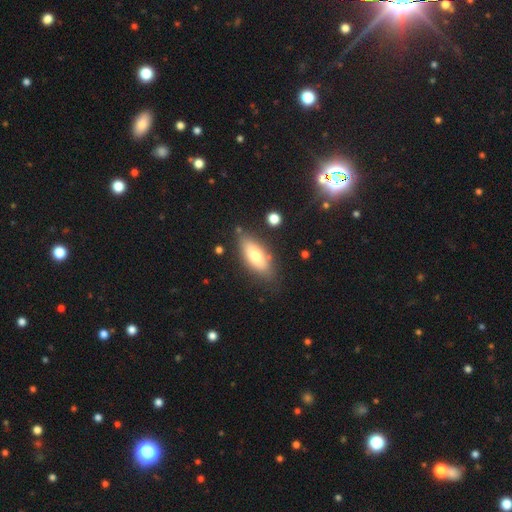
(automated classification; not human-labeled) Q: Smooth or featured?
A: smooth (70%); runner-up: featured or disk (23%)
Q: How rounded?
A: in between (75%); runner-up: cigar-shaped (22%)
Q: Merging?
A: none (77%); runner-up: minor disturbance (15%)